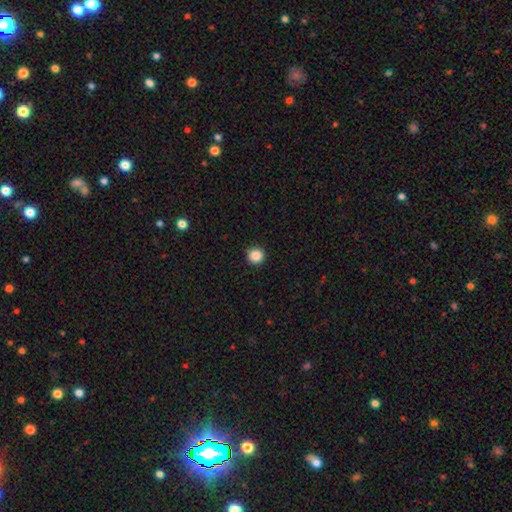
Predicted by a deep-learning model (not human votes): This is clearly a smooth galaxy (87%). How rounded: clearly round (95%). Merging: clearly none (91%).